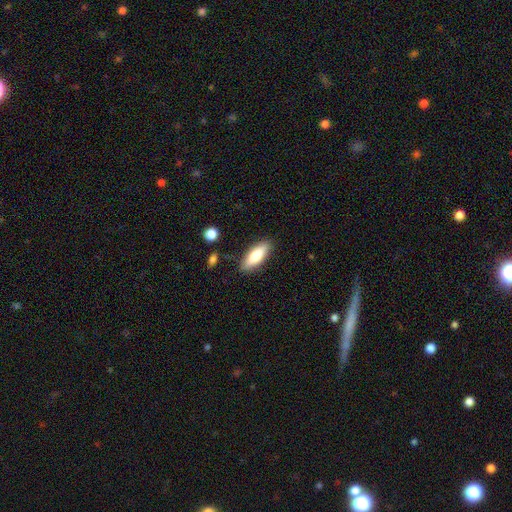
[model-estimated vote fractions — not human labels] Smooth or featured: smooth — 77% (featured or disk — 17%)
How rounded: in between — 66% (cigar-shaped — 32%)
Merging: none — 85% (minor disturbance — 10%)